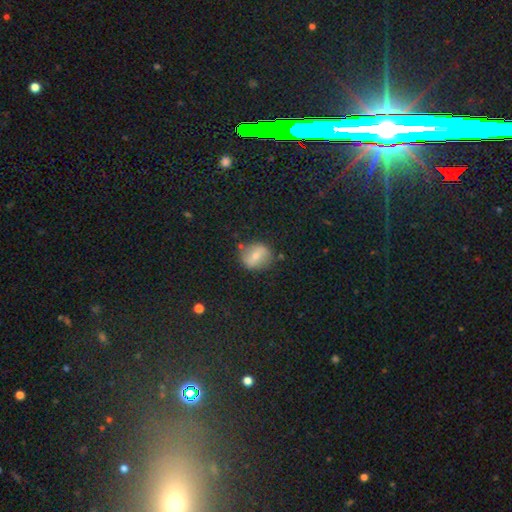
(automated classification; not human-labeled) Morphology: type=smooth (58%); roundness=round (72%); merging=none (77%).